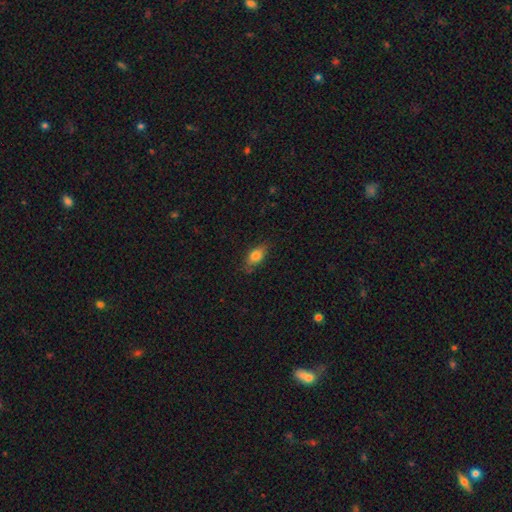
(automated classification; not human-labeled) Q: Smooth or featured?
A: smooth (77%); runner-up: featured or disk (15%)
Q: How rounded?
A: in between (83%); runner-up: cigar-shaped (10%)
Q: Merging?
A: none (75%); runner-up: minor disturbance (19%)